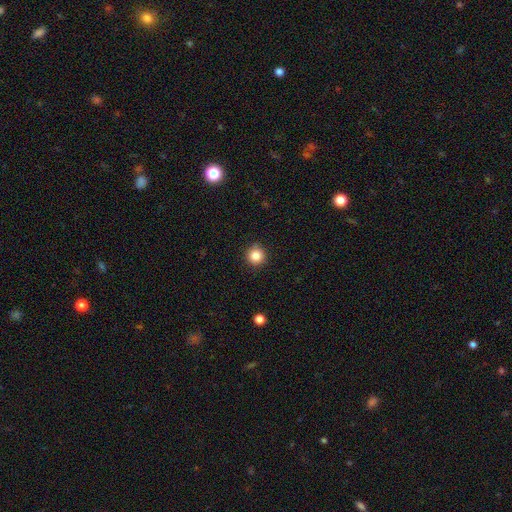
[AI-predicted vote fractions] Smooth or featured: smooth — 85% (star or artifact — 11%)
How rounded: round — 94% (in between — 5%)
Merging: none — 88% (minor disturbance — 8%)